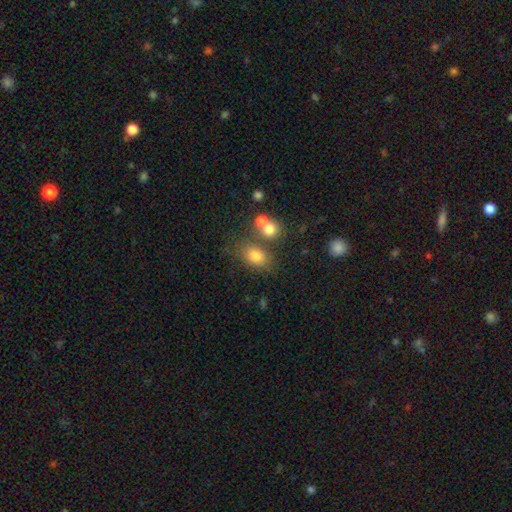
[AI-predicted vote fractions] Smooth or featured? smooth (78%)
How rounded? in between (68%)
Merging? none (60%)